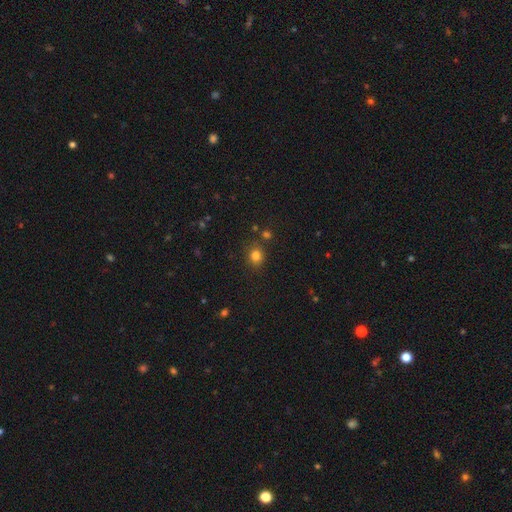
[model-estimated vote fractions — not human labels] Smooth or featured? Predicted: smooth (p=0.80). How rounded? Predicted: round (p=0.73). Merging? Predicted: none (p=0.79).